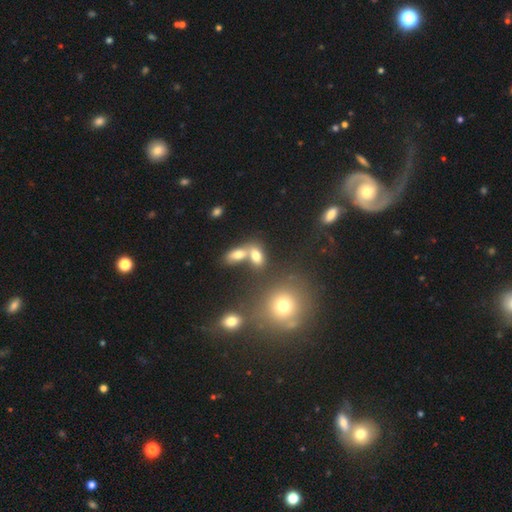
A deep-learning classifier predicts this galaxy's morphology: A smooth galaxy with no disk features (70%) that is in between round and cigar-shaped (80%).

Vote fractions:
- Smooth or featured? smooth: 70% / featured or disk: 15% / star or artifact: 14%
- How rounded? in between: 80% / round: 15% / cigar-shaped: 4%
- Merging? merger: 49% / none: 37% / minor disturbance: 9% / major disturbance: 5%